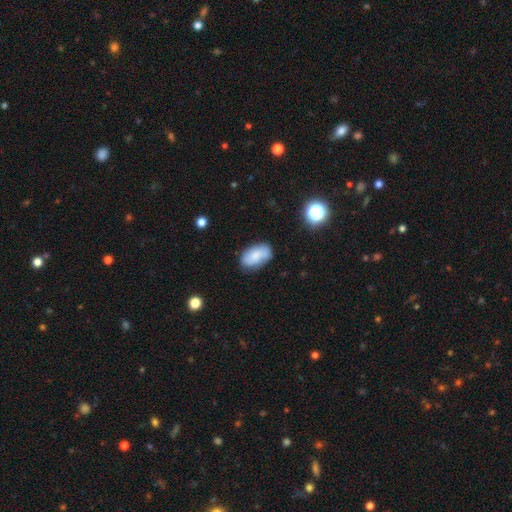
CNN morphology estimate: smooth_or_featured: smooth (p=0.72) [alt: featured or disk p=0.20]
how_rounded: in between (p=0.93) [alt: round p=0.05]
merging: none (p=0.70) [alt: minor disturbance p=0.22]